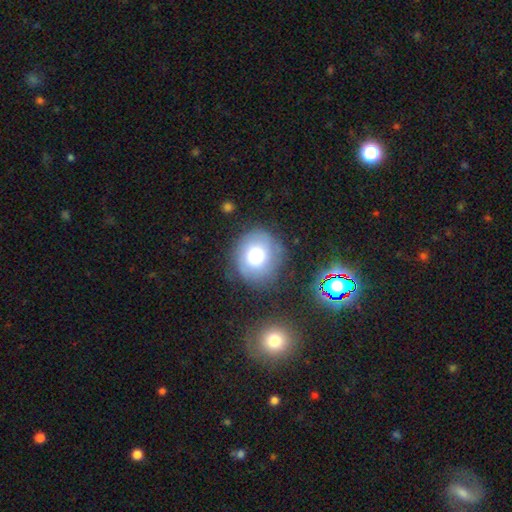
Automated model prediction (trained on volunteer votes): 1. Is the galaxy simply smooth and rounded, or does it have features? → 59% smooth, 28% featured or disk, 13% star or artifact.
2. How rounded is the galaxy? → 80% round, 19% in between, 1% cigar-shaped.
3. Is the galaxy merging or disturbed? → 75% none, 15% minor disturbance, 6% major disturbance, 4% merger.